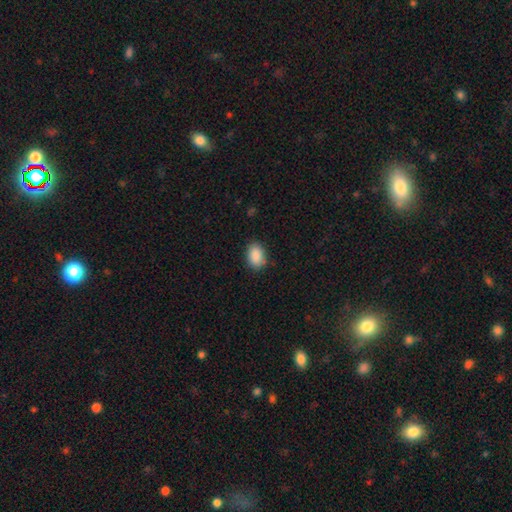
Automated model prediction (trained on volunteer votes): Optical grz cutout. It shows a smooth galaxy with no disk features (90%) that is in between round and cigar-shaped (85%). Merging: none (83%).